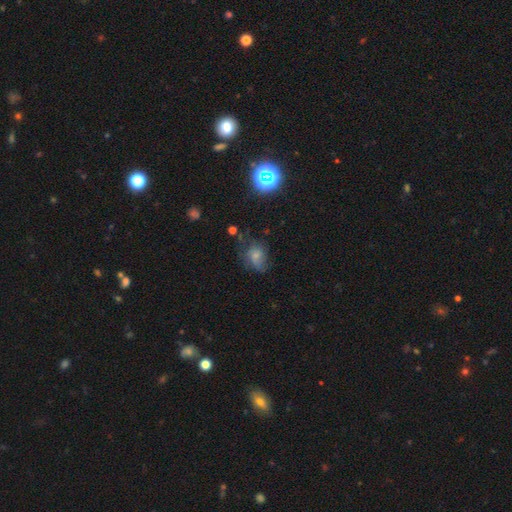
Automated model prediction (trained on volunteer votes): Morphology: type=smooth (59%); roundness=in between (61%); merging=none (46%).